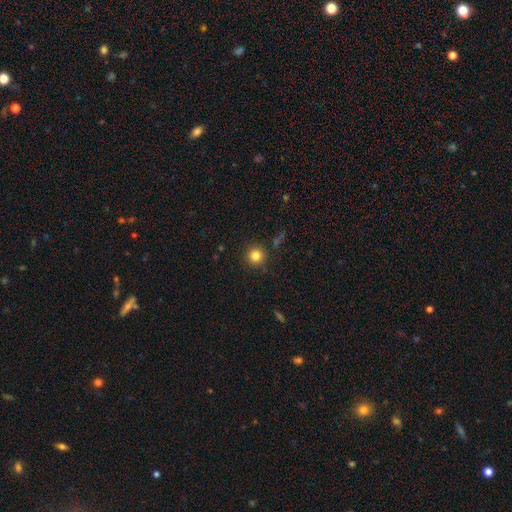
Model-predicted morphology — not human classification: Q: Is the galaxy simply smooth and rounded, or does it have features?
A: smooth — 82%.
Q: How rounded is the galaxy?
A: round — 95%.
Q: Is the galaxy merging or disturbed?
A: none — 90%.